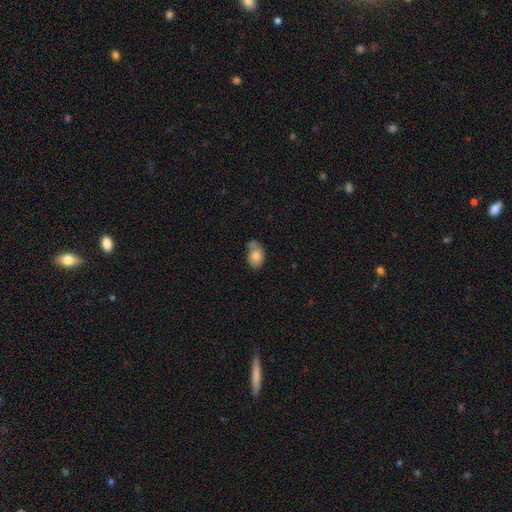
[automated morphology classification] The model was most divided on "merging": none: 46%, minor disturbance: 30%, merger: 16%, major disturbance: 8%. More confident: smooth or featured — smooth (81%); how rounded — in between (78%).